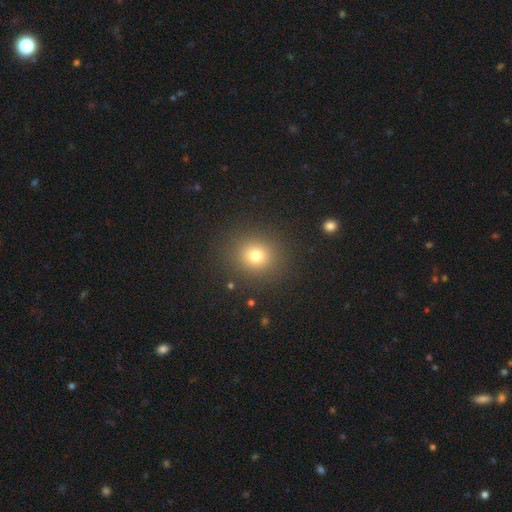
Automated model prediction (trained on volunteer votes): Q: Smooth or featured?
A: smooth (75%); runner-up: star or artifact (17%)
Q: How rounded?
A: round (85%); runner-up: in between (14%)
Q: Merging?
A: none (88%); runner-up: minor disturbance (7%)